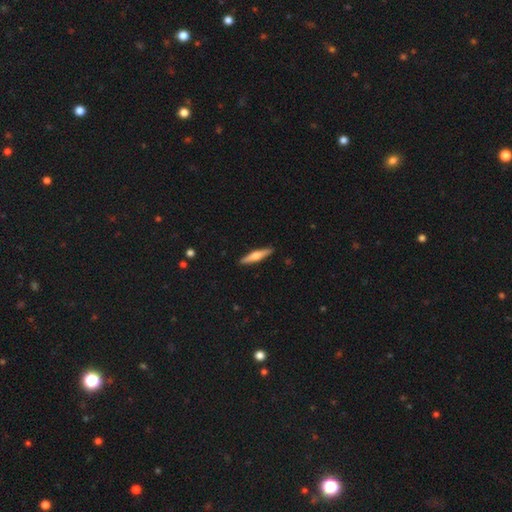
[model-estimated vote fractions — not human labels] A featured or disk galaxy (51%) viewed edge-on (96%).

Vote fractions:
- Smooth or featured? featured or disk: 51% / smooth: 43% / star or artifact: 5%
- Edge-on disk? yes: 96% / no: 4%
- Merging? none: 91% / minor disturbance: 7% / major disturbance: 1% / merger: 1%